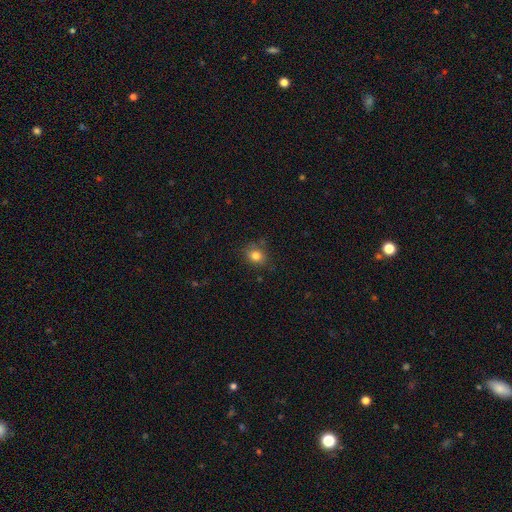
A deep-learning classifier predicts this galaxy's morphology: smooth 81%, star or artifact 12%, featured or disk 7%. Down the decision tree: how rounded — round (64%); merging — none (77%).